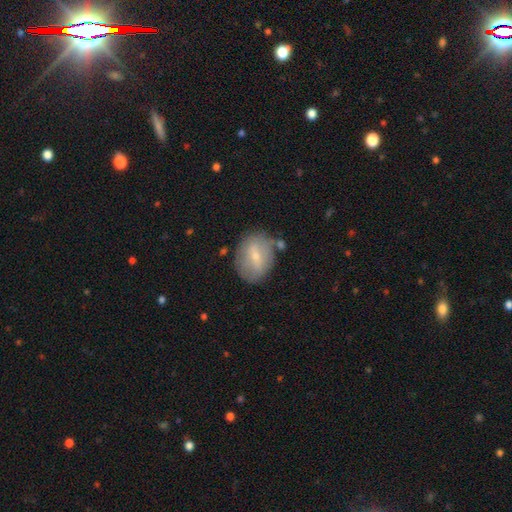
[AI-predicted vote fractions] A smooth galaxy with no disk features (55%) that is in between round and cigar-shaped (59%). Merging: none (73%).